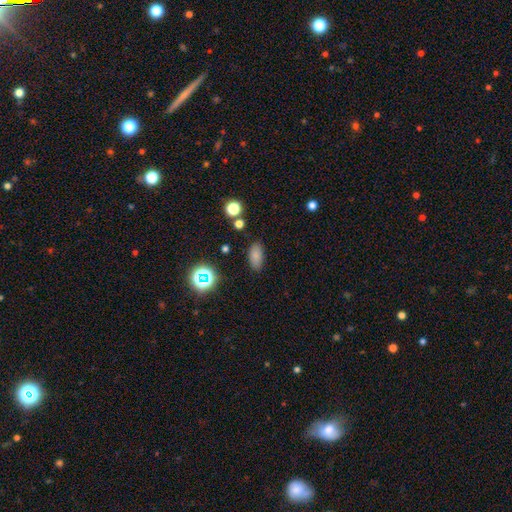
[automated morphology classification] Smooth or featured: smooth — 80% (star or artifact — 14%)
How rounded: in between — 89% (round — 6%)
Merging: none — 85% (minor disturbance — 10%)